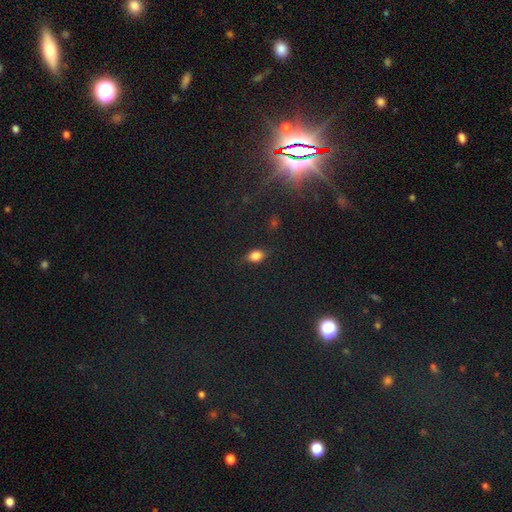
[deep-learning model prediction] Morphology: type=smooth (79%); roundness=in between (76%); merging=none (77%).